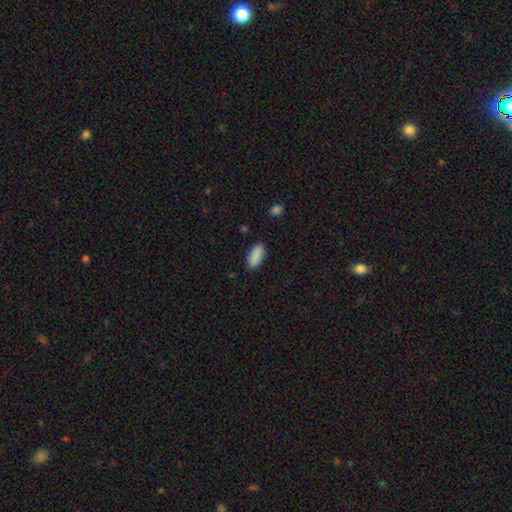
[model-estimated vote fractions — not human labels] Smooth or featured: smooth — 90% (star or artifact — 7%)
How rounded: in between — 83% (cigar-shaped — 15%)
Merging: none — 87% (minor disturbance — 9%)